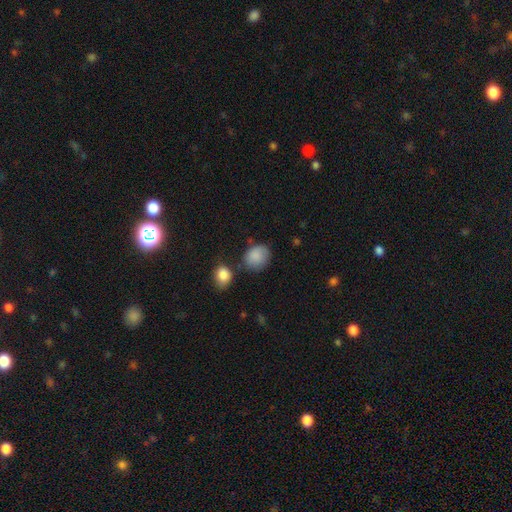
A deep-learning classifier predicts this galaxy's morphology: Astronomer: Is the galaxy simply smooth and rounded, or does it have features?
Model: smooth — 87%.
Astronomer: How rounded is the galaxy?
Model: round — 57% (runner-up: in between, 42%).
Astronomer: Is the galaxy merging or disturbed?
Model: none — 63%.